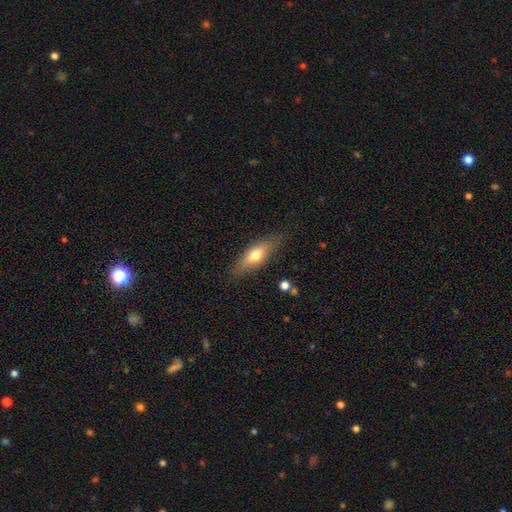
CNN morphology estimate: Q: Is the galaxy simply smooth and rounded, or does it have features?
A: smooth — 63%.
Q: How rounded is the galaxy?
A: in between — 59%.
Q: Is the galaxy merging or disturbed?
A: none — 81%.